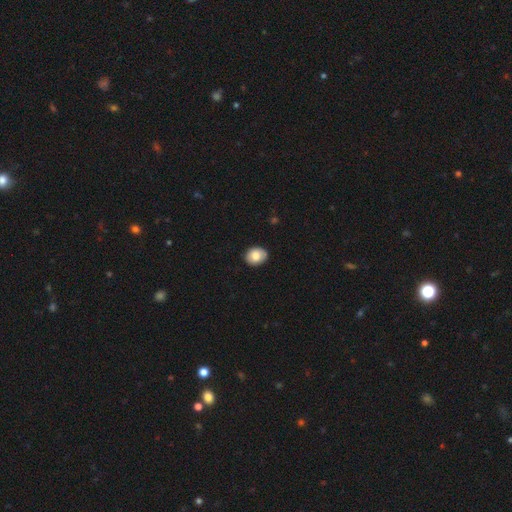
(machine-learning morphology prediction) Smooth or featured? Predicted: smooth (p=0.81). How rounded? Predicted: round (p=0.56). Merging? Predicted: none (p=0.86).